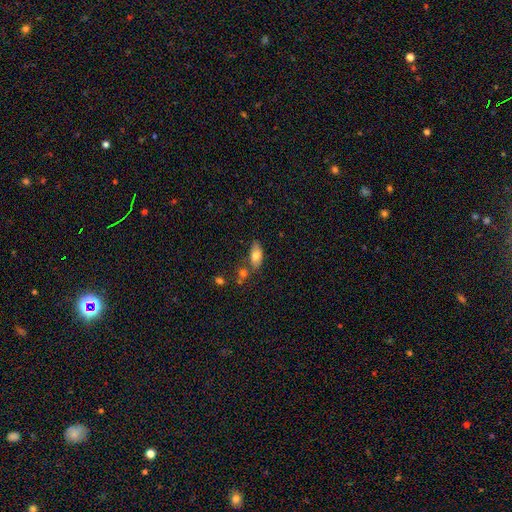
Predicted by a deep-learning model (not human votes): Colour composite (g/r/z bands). It shows a smooth galaxy with no disk features (75%) that is in between round and cigar-shaped (86%). Merging: none (61%).